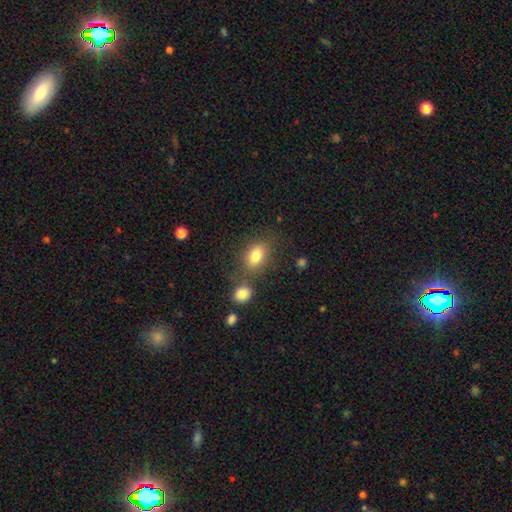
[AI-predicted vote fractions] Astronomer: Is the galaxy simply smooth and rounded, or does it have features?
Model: smooth — 81%.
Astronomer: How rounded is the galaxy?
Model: in between — 76%.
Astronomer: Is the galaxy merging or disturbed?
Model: none — 69%.